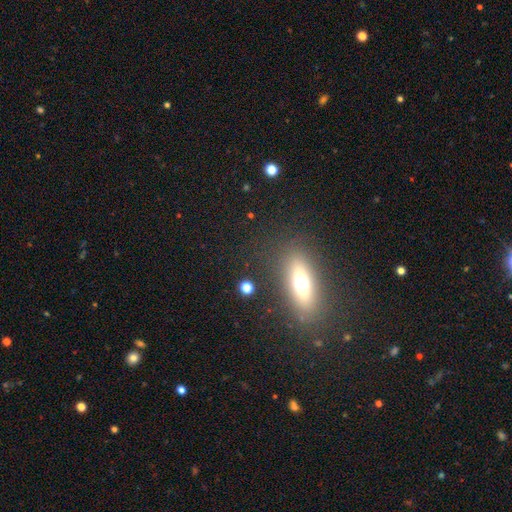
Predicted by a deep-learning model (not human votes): Smooth or featured: smooth — 52% (featured or disk — 30%)
How rounded: in between — 56% (cigar-shaped — 38%)
Merging: none — 84% (minor disturbance — 10%)